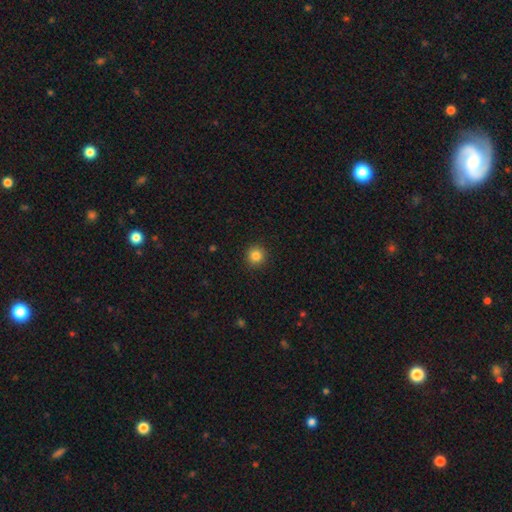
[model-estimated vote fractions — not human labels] smooth_or_featured: smooth (p=0.84) [alt: star or artifact p=0.11]
how_rounded: round (p=0.94) [alt: in between p=0.05]
merging: none (p=0.92) [alt: minor disturbance p=0.05]